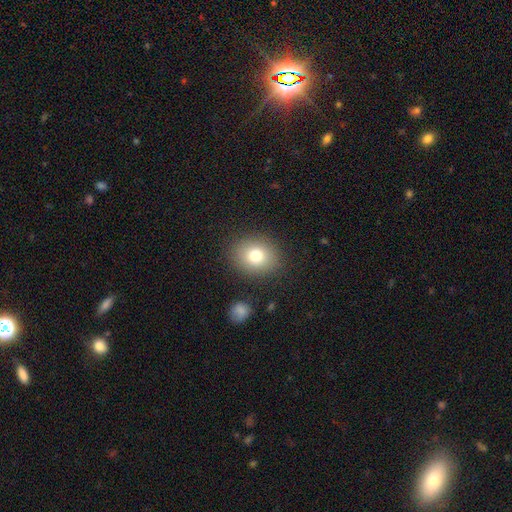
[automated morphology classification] Smooth or featured? smooth (77%)
How rounded? round (64%)
Merging? none (86%)